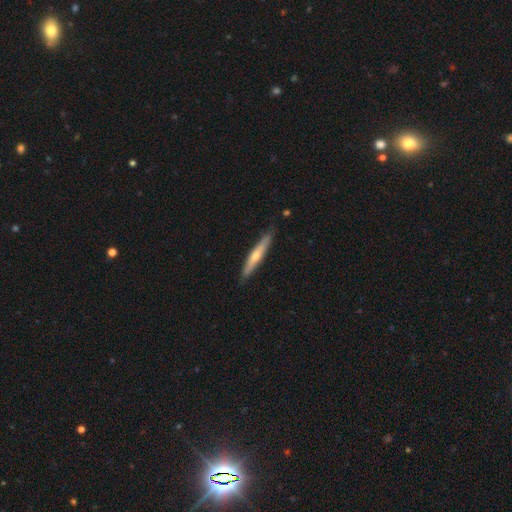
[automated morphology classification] type=featured or disk (51%); edge-on=yes (92%); merging=none (86%).